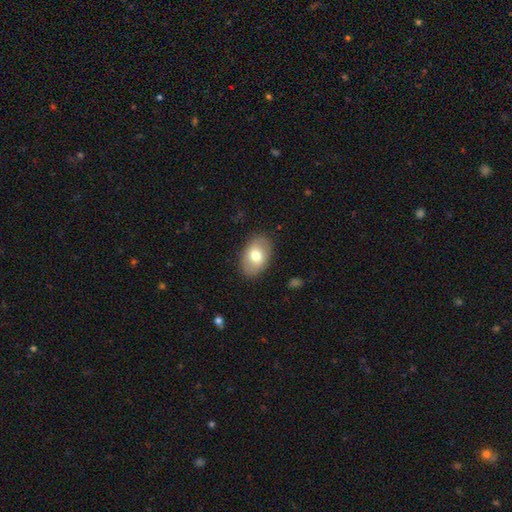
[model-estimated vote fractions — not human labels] A smooth galaxy with no disk features (72%) that is in between round and cigar-shaped (88%). Merging: none (85%).